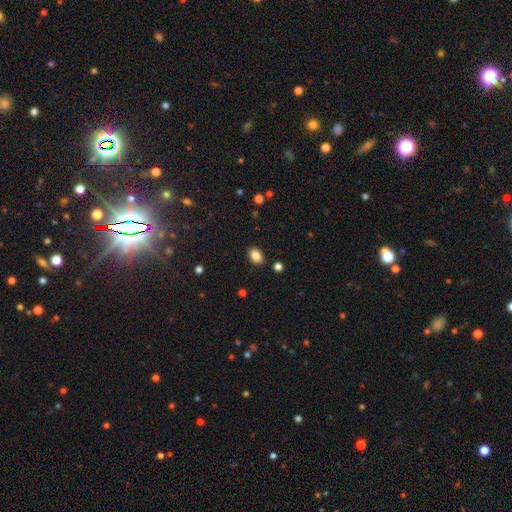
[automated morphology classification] Q: Smooth or featured?
A: smooth (86%); runner-up: star or artifact (9%)
Q: How rounded?
A: in between (82%); runner-up: round (17%)
Q: Merging?
A: none (88%); runner-up: minor disturbance (8%)